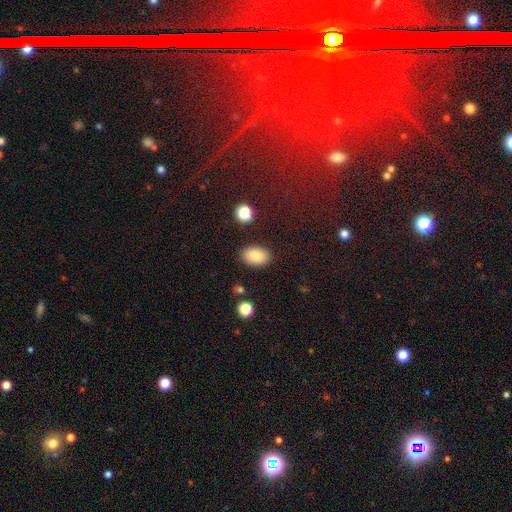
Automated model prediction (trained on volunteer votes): Smooth or featured: smooth — 86% (star or artifact — 8%)
How rounded: in between — 88% (round — 11%)
Merging: none — 87% (minor disturbance — 9%)